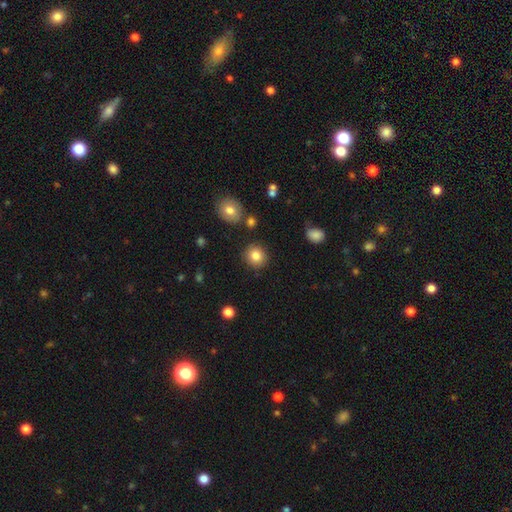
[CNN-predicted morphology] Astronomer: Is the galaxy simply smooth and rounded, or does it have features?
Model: smooth — 83%.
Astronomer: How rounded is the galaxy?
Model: round — 88%.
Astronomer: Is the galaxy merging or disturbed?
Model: none — 87%.